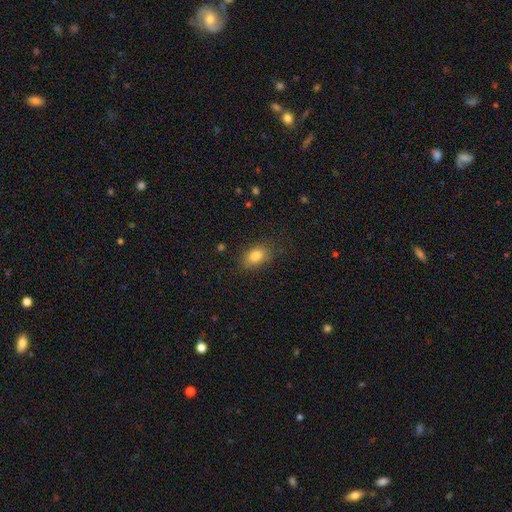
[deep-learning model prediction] smooth 83%, star or artifact 9%, featured or disk 8%. Down the decision tree: how rounded — in between (83%); merging — none (80%).